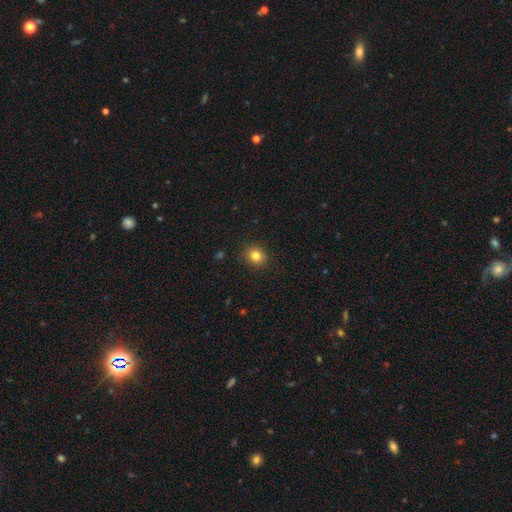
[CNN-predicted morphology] Overall: smooth (83%). How rounded: round (82%). Merging: none (91%).